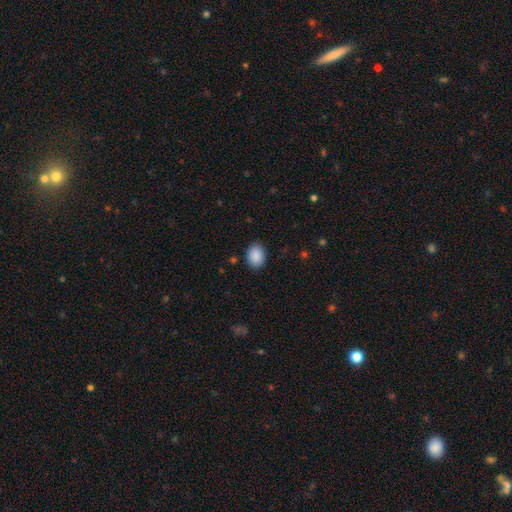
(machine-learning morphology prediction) smooth-or-featured: smooth: 90% | star or artifact: 7% | featured or disk: 3%
  how-rounded: in between: 65% | round: 34% | cigar-shaped: 1%
  merging: none: 86% | minor disturbance: 10% | major disturbance: 3% | merger: 1%